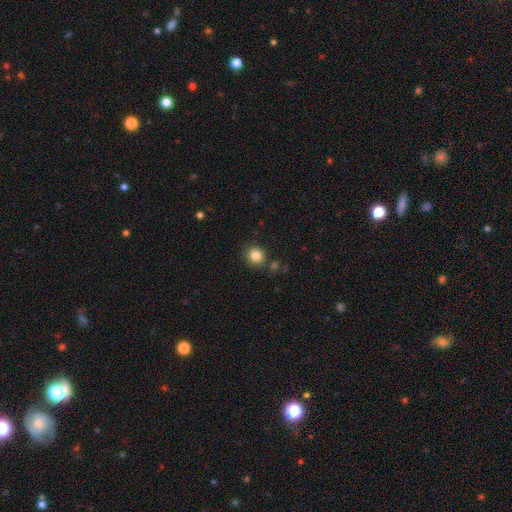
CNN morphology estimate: The model was most divided on "smooth or featured": smooth: 83%, star or artifact: 11%, featured or disk: 6%. More confident: how rounded — round (87%); merging — none (83%).